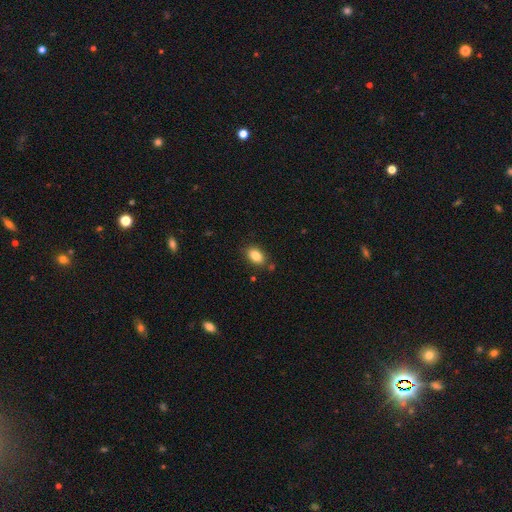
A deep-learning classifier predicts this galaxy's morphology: smooth-or-featured: smooth: 85% | star or artifact: 8% | featured or disk: 7%
  how-rounded: in between: 88% | round: 10% | cigar-shaped: 2%
  merging: none: 83% | minor disturbance: 11% | merger: 3% | major disturbance: 3%